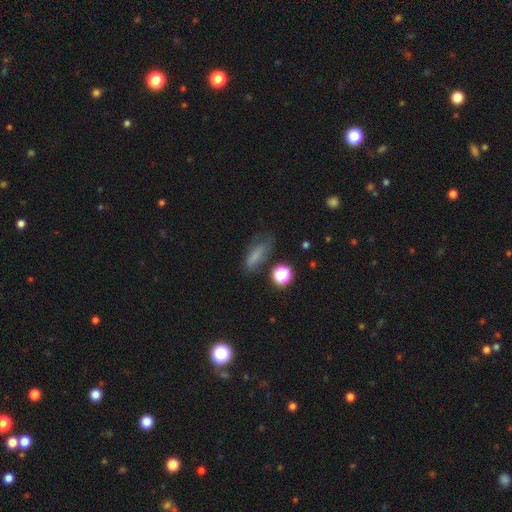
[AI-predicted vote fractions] This is likely a smooth galaxy (68%). How rounded: likely in between (62%). Merging: likely none (60%).